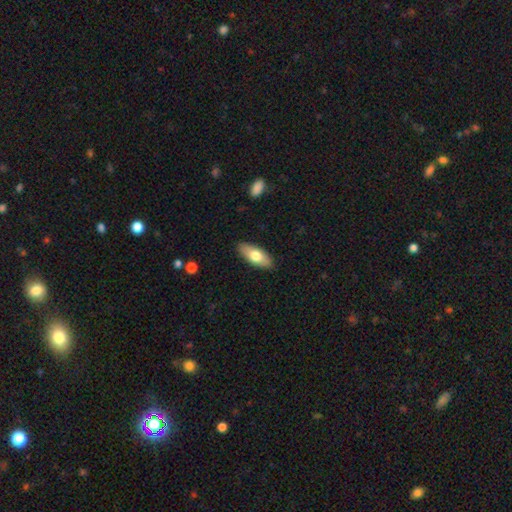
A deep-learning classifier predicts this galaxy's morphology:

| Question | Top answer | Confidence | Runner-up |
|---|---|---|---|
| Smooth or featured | smooth | 71% | featured or disk (23%) |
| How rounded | in between | 82% | cigar-shaped (15%) |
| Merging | none | 88% | minor disturbance (9%) |